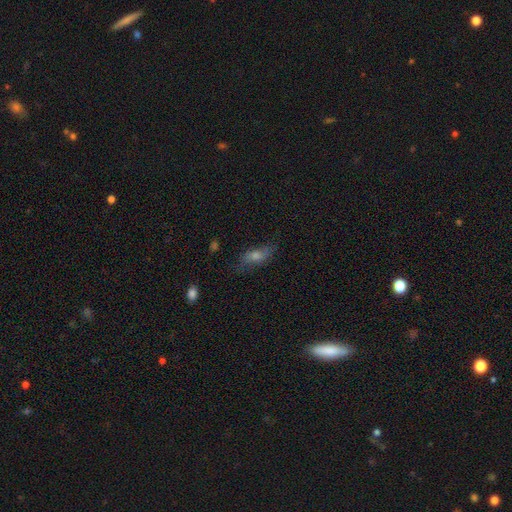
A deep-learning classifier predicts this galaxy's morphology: smooth 44%, featured or disk 39%, star or artifact 16%. Down the decision tree: merging — none (71%).